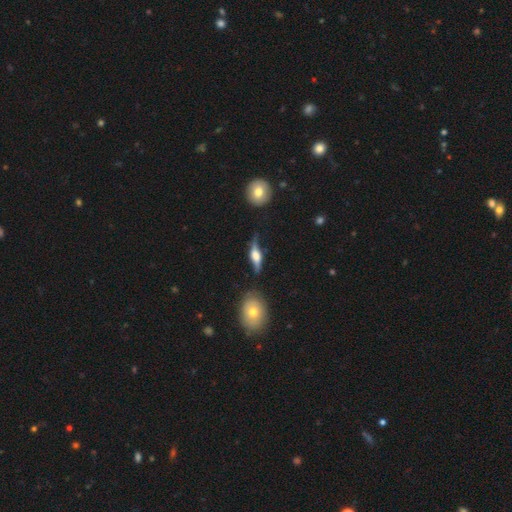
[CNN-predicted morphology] A featured or disk galaxy (72%) viewed edge-on (81%) with a rounded central bulge (86%).

Vote fractions:
- Smooth or featured? featured or disk: 72% / smooth: 22% / star or artifact: 6%
- Edge-on disk? yes: 81% / no: 19%
- Edge-on bulge? rounded: 86% / boxy: 11% / none: 3%
- Merging? none: 61% / minor disturbance: 23% / major disturbance: 12% / merger: 4%